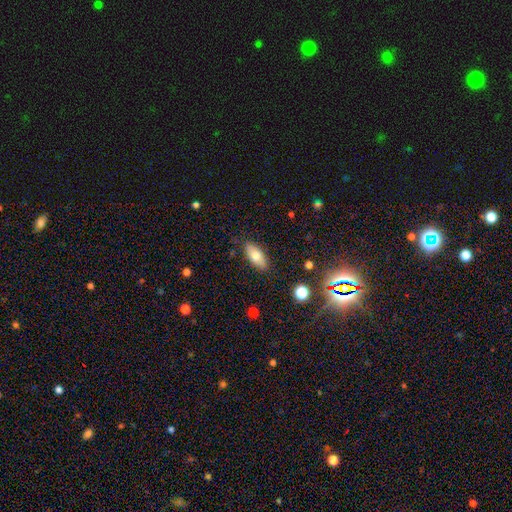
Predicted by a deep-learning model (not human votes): smooth-or-featured: smooth: 75% | featured or disk: 17% | star or artifact: 8%
  how-rounded: in between: 87% | cigar-shaped: 11% | round: 3%
  merging: none: 85% | minor disturbance: 11% | major disturbance: 2% | merger: 1%